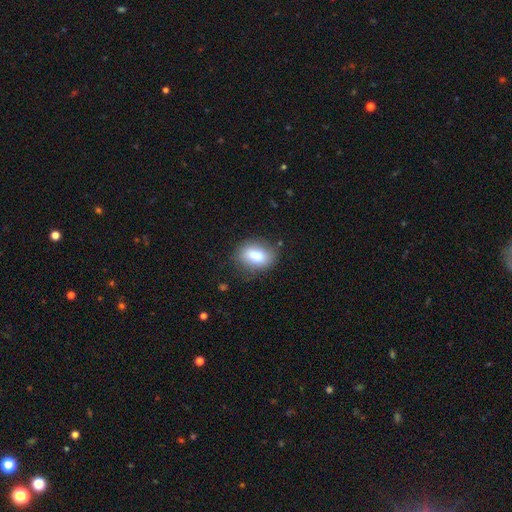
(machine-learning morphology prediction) type=smooth (80%); roundness=in between (73%); merging=none (80%).